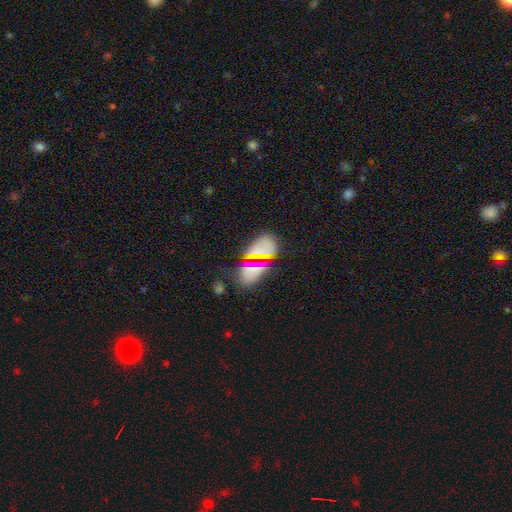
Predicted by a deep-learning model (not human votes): A smooth galaxy with no disk features (65%) that is in between round and cigar-shaped (83%).

Vote fractions:
- Smooth or featured? smooth: 65% / star or artifact: 24% / featured or disk: 11%
- How rounded? in between: 83% / round: 14% / cigar-shaped: 3%
- Merging? none: 70% / minor disturbance: 19% / major disturbance: 6% / merger: 5%